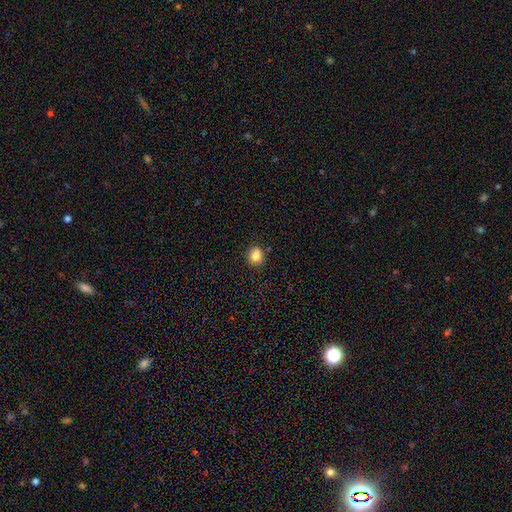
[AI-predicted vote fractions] A smooth galaxy with no disk features (84%) that is round (72%). Merging: none (80%).